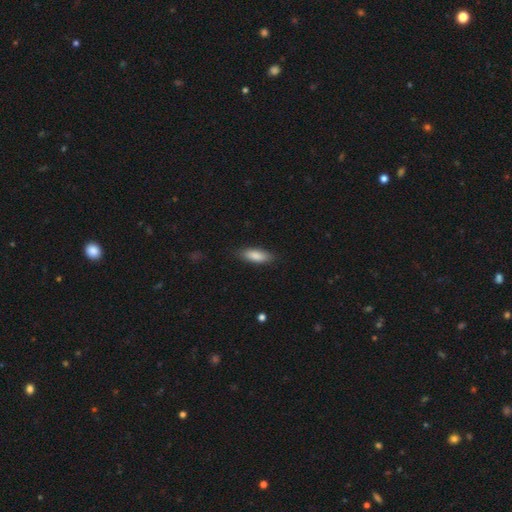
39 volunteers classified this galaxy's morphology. smooth-or-featured: smooth: 90% | featured or disk: 8% | star or artifact: 3%
  how-rounded: in between: 80% | cigar-shaped: 20% | round: 0%
  merging: none: 84% | minor disturbance: 13% | major disturbance: 3% | merger: 0%